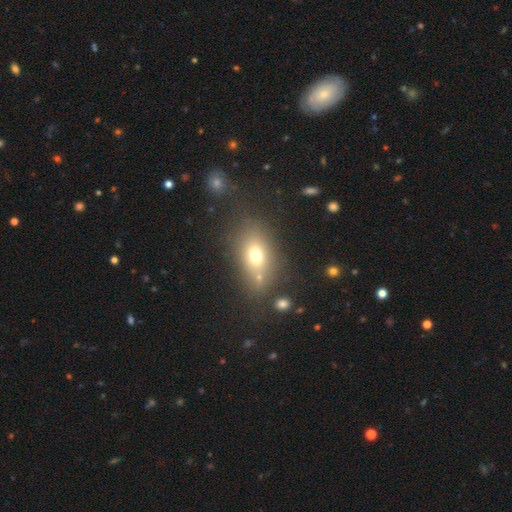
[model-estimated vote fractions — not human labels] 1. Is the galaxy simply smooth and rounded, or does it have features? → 69% smooth, 17% featured or disk, 14% star or artifact.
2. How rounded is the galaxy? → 77% in between, 20% round, 4% cigar-shaped.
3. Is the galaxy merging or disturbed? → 67% none, 14% minor disturbance, 13% merger, 6% major disturbance.